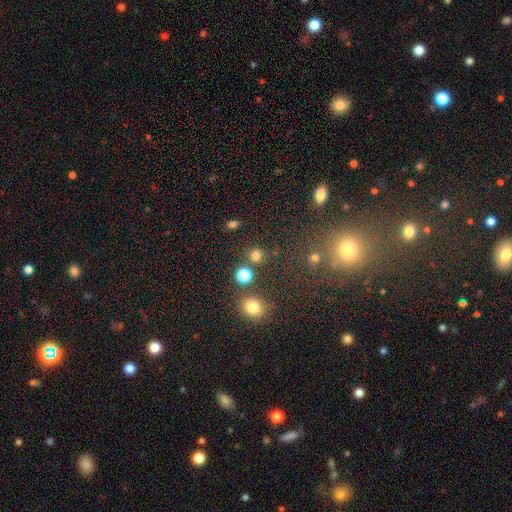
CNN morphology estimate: Q: Smooth or featured?
A: smooth (76%); runner-up: star or artifact (19%)
Q: How rounded?
A: round (88%); runner-up: in between (11%)
Q: Merging?
A: none (78%); runner-up: merger (10%)